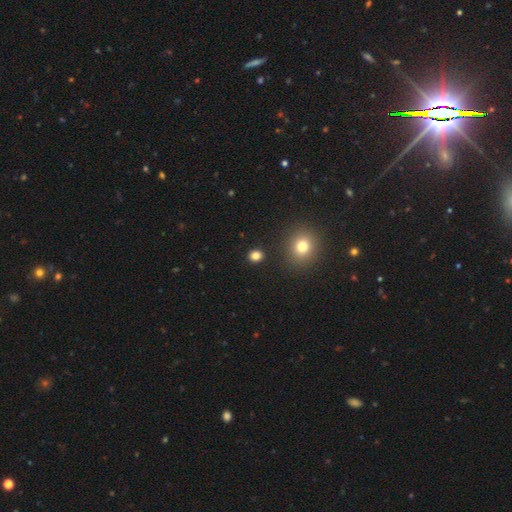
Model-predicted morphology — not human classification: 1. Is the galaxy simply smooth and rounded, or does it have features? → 81% smooth, 14% star or artifact, 4% featured or disk.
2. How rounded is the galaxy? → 77% round, 22% in between, 1% cigar-shaped.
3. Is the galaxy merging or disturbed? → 90% none, 6% minor disturbance, 2% merger, 2% major disturbance.